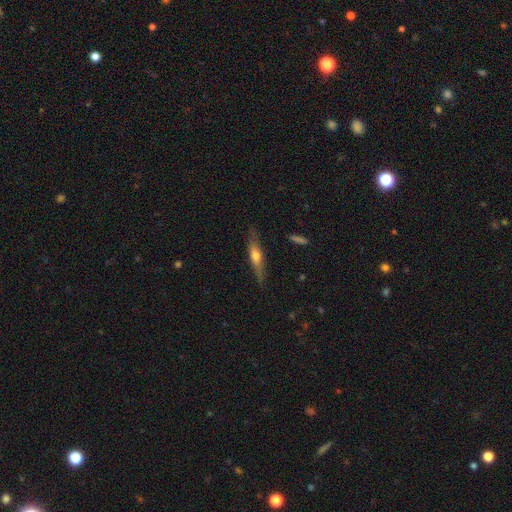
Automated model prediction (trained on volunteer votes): Smooth or featured? featured or disk (55%)
Edge-on disk? yes (91%)
Merging? none (82%)